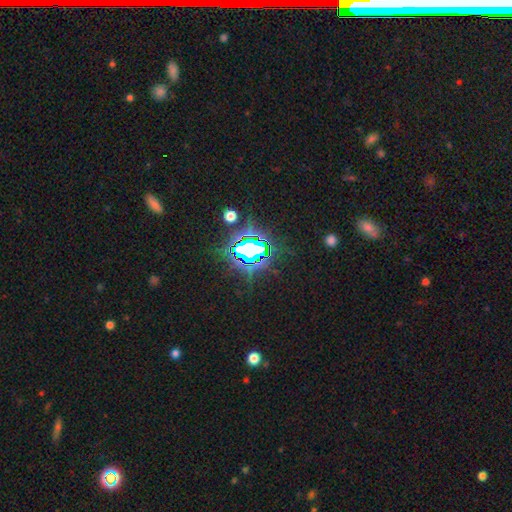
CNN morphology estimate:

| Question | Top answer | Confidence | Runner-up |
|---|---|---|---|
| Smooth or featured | star or artifact | 81% | smooth (12%) |